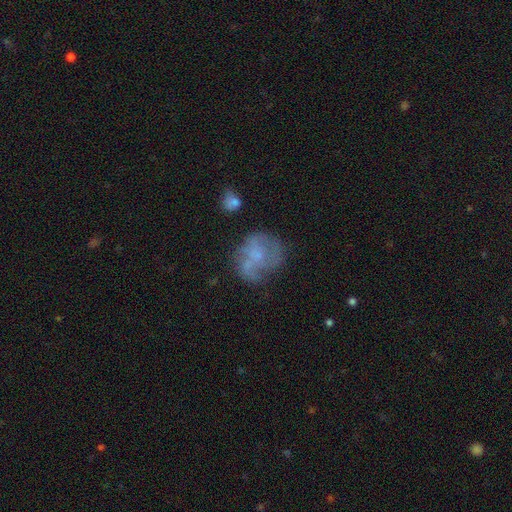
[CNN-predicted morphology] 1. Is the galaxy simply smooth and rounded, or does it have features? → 53% featured or disk, 36% smooth, 11% star or artifact.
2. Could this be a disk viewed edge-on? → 98% no, 2% yes.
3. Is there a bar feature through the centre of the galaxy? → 78% no, 19% weak, 3% strong.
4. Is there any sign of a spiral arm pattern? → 52% yes, 48% no.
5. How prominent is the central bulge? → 50% small, 31% none, 16% moderate, 2% large, 1% dominant.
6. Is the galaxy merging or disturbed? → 48% none, 23% minor disturbance, 22% major disturbance, 8% merger.